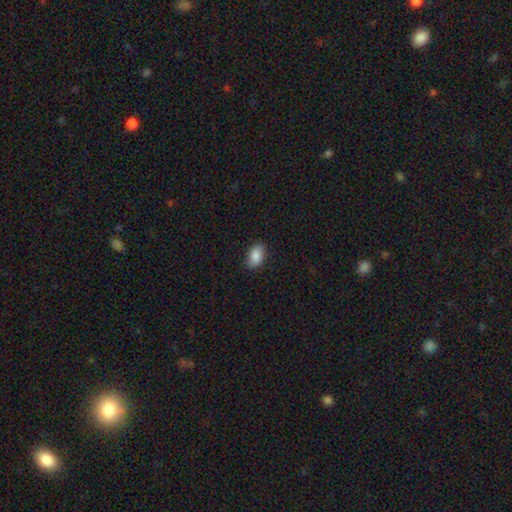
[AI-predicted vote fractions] Q: Smooth or featured?
A: smooth (86%); runner-up: star or artifact (8%)
Q: How rounded?
A: in between (89%); runner-up: round (9%)
Q: Merging?
A: none (83%); runner-up: minor disturbance (13%)